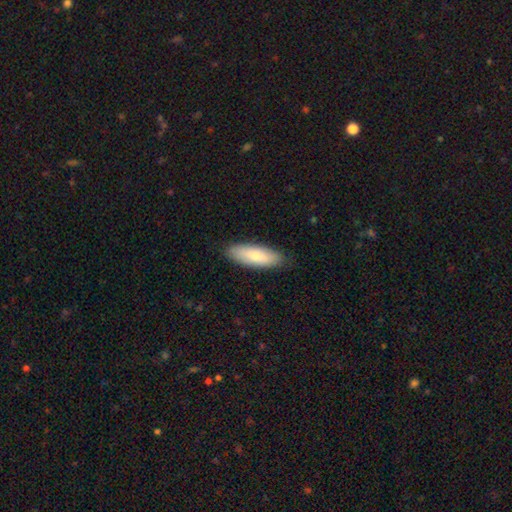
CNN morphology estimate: smooth-or-featured: smooth: 79% | featured or disk: 16% | star or artifact: 5%
  how-rounded: in between: 59% | cigar-shaped: 39% | round: 2%
  merging: none: 86% | minor disturbance: 11% | major disturbance: 2% | merger: 1%